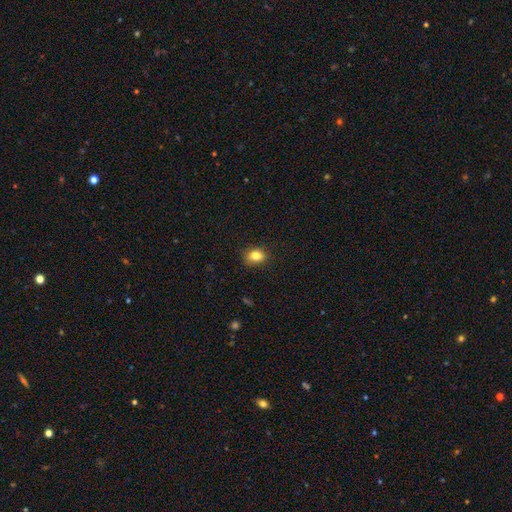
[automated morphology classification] smooth-or-featured: smooth: 83% | star or artifact: 10% | featured or disk: 8%
  how-rounded: in between: 62% | round: 36% | cigar-shaped: 1%
  merging: none: 83% | minor disturbance: 14% | major disturbance: 3% | merger: 1%